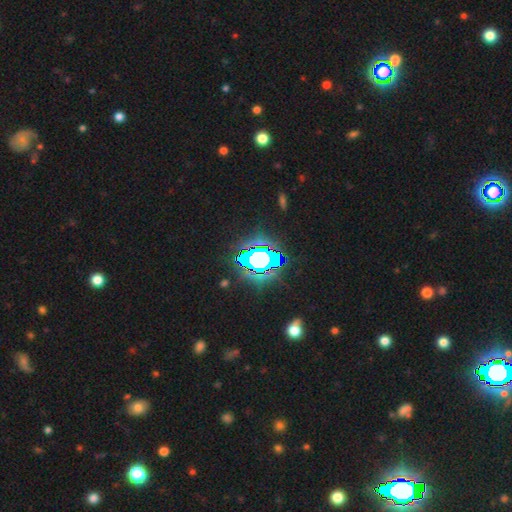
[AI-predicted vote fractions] A star or artifact, not a galaxy (66%).

Vote fractions:
- Smooth or featured? star or artifact: 66% / smooth: 17% / featured or disk: 17%